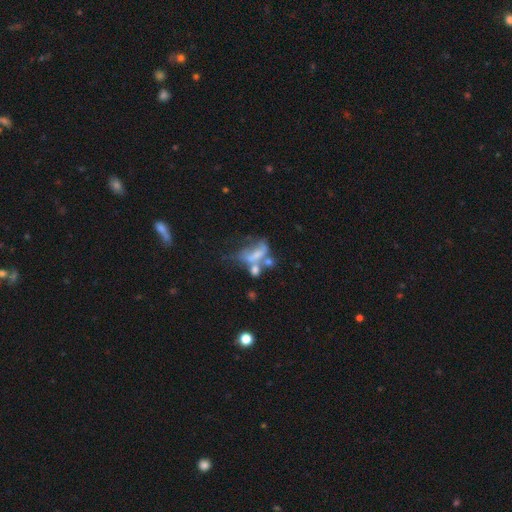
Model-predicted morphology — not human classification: type=featured or disk (46%); merging=merger (44%).